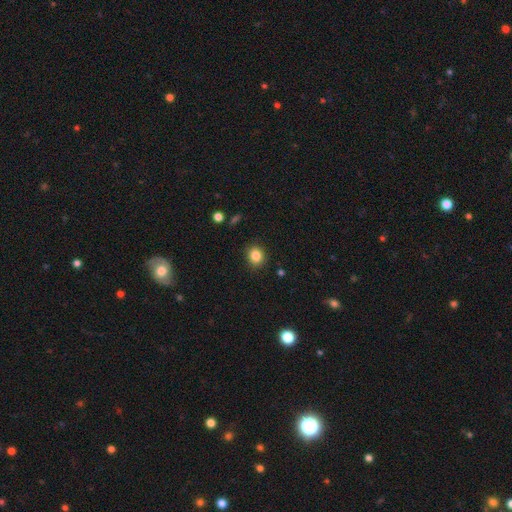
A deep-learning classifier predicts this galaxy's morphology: A smooth galaxy with no disk features (84%) that is round (75%).

Vote fractions:
- Smooth or featured? smooth: 84% / star or artifact: 11% / featured or disk: 5%
- How rounded? round: 75% / in between: 24% / cigar-shaped: 1%
- Merging? none: 88% / minor disturbance: 8% / major disturbance: 2% / merger: 1%